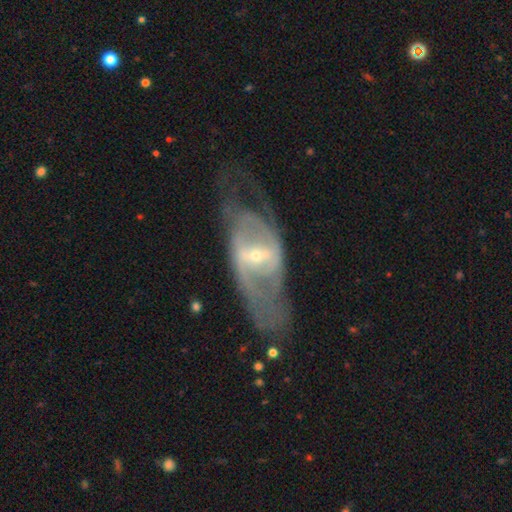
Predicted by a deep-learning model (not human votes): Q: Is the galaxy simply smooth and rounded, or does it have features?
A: featured or disk — 85%.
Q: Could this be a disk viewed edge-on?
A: no — 90%.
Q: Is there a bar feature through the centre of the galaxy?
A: strong — 55%.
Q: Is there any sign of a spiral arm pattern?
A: yes — 81%.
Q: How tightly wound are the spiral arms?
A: medium — 45%.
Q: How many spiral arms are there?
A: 2 — 76%.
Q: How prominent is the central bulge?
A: small — 73%.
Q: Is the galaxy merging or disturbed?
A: none — 58%.